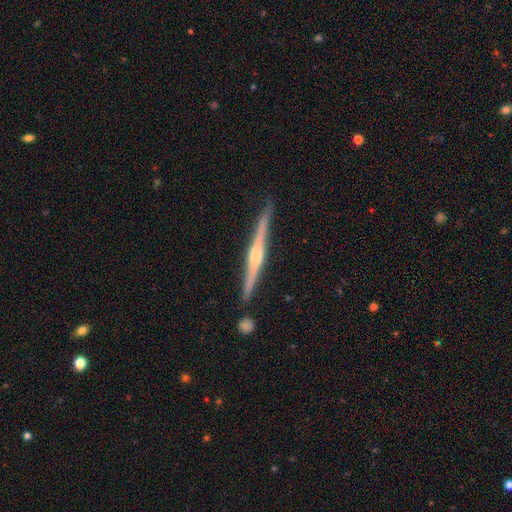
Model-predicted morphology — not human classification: A featured or disk galaxy (81%) viewed edge-on (98%) with a rounded central bulge (66%).

Vote fractions:
- Smooth or featured? featured or disk: 81% / smooth: 14% / star or artifact: 5%
- Edge-on disk? yes: 98% / no: 2%
- Edge-on bulge? rounded: 66% / boxy: 21% / none: 13%
- Merging? none: 86% / minor disturbance: 9% / merger: 3% / major disturbance: 2%